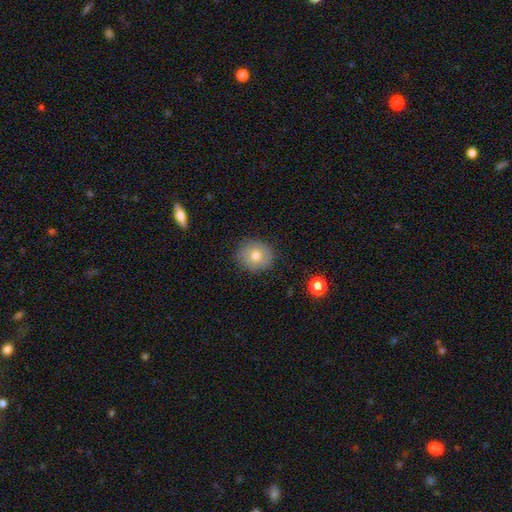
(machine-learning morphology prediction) Smooth or featured?
  - smooth: 74% *
  - featured or disk: 16%
  - star or artifact: 11%
How rounded?
  - round: 78% *
  - in between: 21%
  - cigar-shaped: 1%
Merging?
  - none: 87% *
  - minor disturbance: 9%
  - major disturbance: 3%
  - merger: 1%